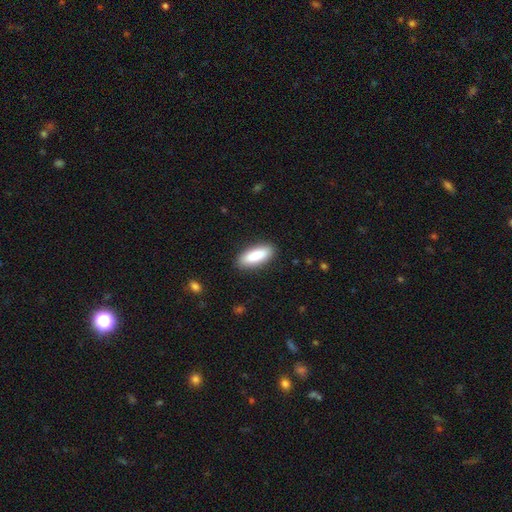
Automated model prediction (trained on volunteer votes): This is clearly a smooth galaxy (87%). How rounded: likely in between (68%). Merging: clearly none (88%).